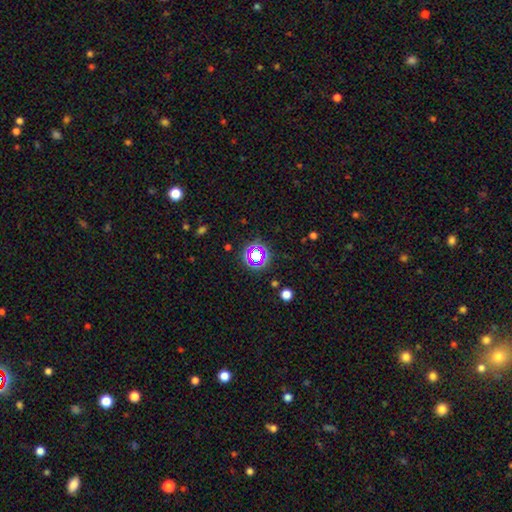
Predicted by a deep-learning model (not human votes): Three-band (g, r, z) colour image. It shows a star or artifact, not a galaxy (61%).